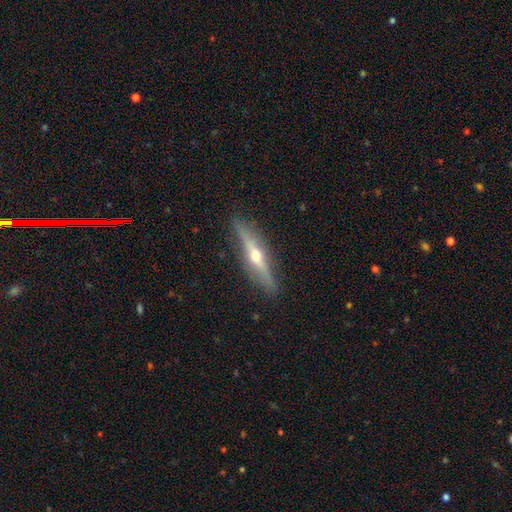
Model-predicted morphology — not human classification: Q: Smooth or featured?
A: featured or disk (73%); runner-up: smooth (21%)
Q: Edge-on disk?
A: yes (96%); runner-up: no (4%)
Q: Edge-on bulge?
A: rounded (93%); runner-up: none (4%)
Q: Merging?
A: none (88%); runner-up: minor disturbance (8%)